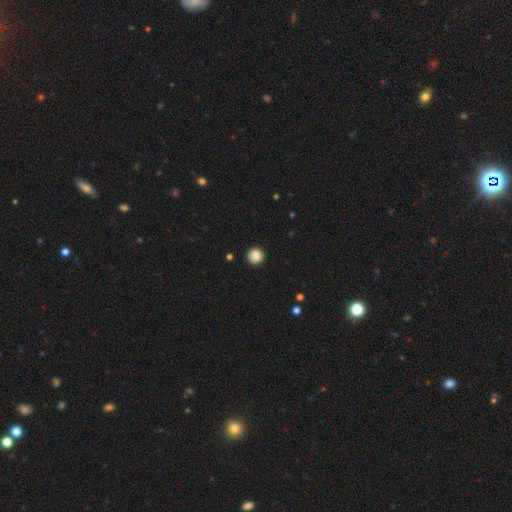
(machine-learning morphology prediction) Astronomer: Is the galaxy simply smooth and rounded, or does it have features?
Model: smooth — 86%.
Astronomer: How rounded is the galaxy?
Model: round — 94%.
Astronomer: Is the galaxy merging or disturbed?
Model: none — 91%.